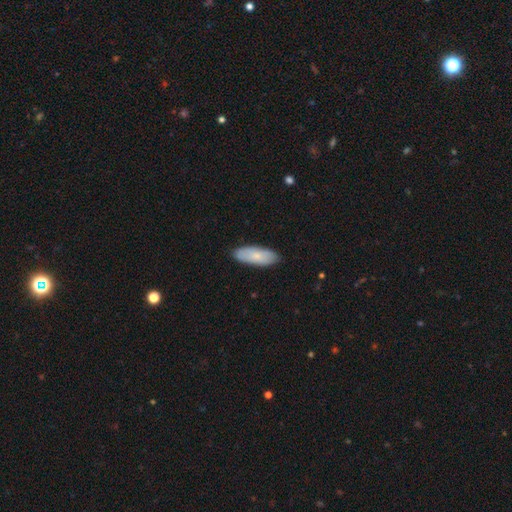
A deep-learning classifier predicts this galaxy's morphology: Smooth or featured: smooth — 78% (featured or disk — 17%)
How rounded: in between — 74% (cigar-shaped — 24%)
Merging: none — 87% (minor disturbance — 10%)